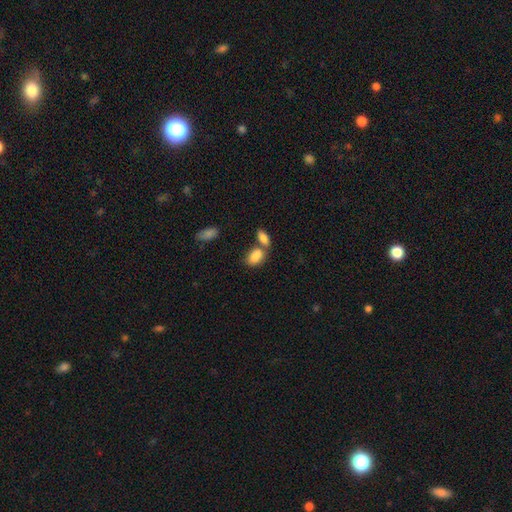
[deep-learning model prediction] Smooth or featured: smooth — 85% (featured or disk — 8%)
How rounded: in between — 89% (round — 8%)
Merging: merger — 45% (none — 39%)